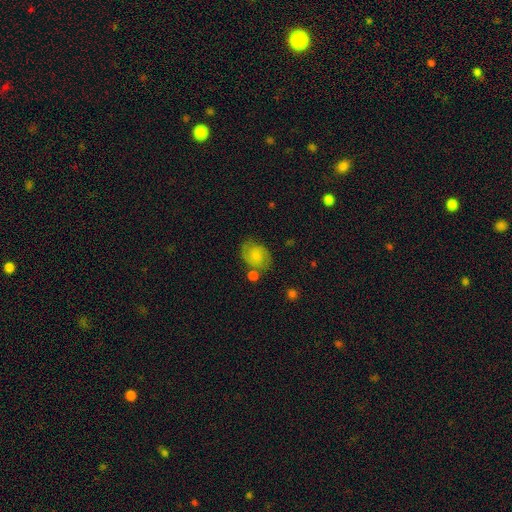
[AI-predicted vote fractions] smooth 50%, featured or disk 41%, star or artifact 9%. Down the decision tree: merging — none (65%).